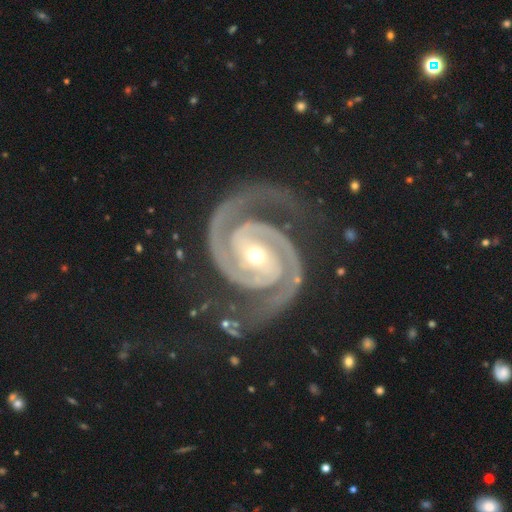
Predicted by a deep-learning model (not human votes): The model was most divided on "bulge size": moderate: 50%, small: 47%, large: 2%, none: 1%, dominant: 1%. Remaining: spiral arms — yes (99%); edge-on disk — no (98%); smooth or featured — featured or disk (95%); spiral arm count — 2 (94%); merging — none (78%); spiral winding — tight (58%); bar — no (46%).